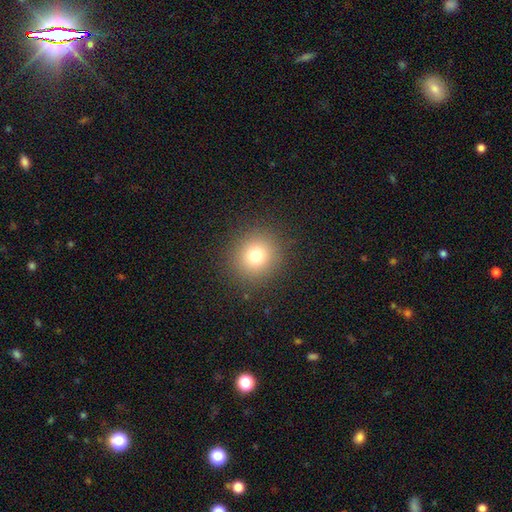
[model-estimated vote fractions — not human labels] A smooth galaxy with no disk features (76%) that is round (92%). Merging: none (89%).